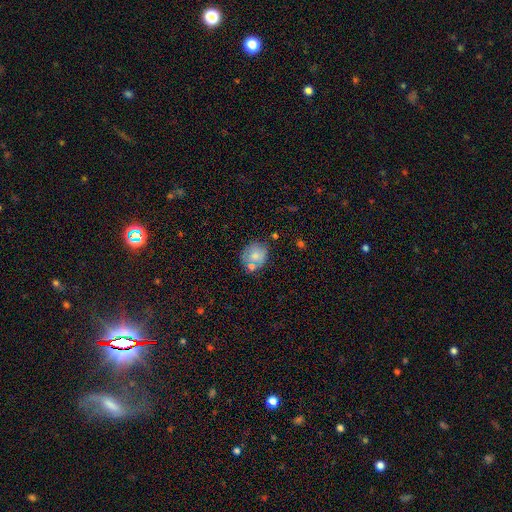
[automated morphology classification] Smooth or featured: smooth — 73% (featured or disk — 18%)
How rounded: round — 75% (in between — 24%)
Merging: none — 58% (minor disturbance — 19%)